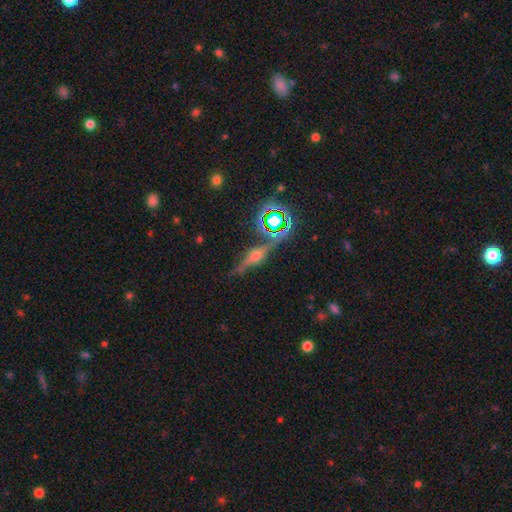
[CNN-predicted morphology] featured or disk 64%, star or artifact 21%, smooth 15%. Down the decision tree: edge-on disk — yes (89%); edge-on bulge — rounded (80%); merging — none (76%).